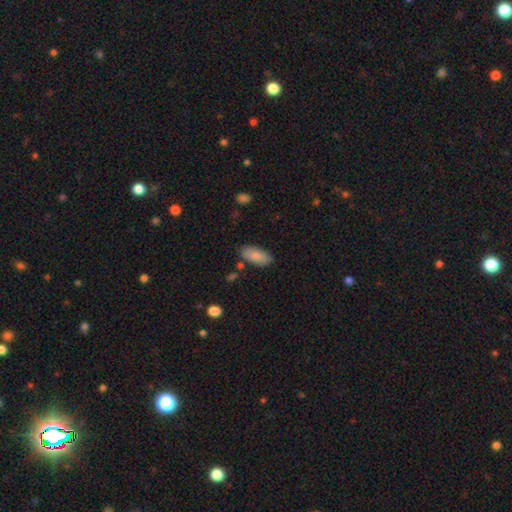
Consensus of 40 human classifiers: A smooth galaxy with no disk features (82%) that is in between round and cigar-shaped (94%). Merging: none (79%).